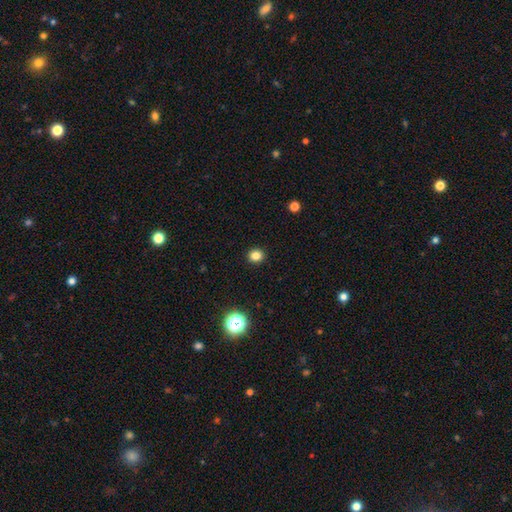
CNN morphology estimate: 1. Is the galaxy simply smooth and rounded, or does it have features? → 81% smooth, 14% star or artifact, 5% featured or disk.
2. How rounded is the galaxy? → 86% round, 13% in between, 1% cigar-shaped.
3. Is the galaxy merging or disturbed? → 93% none, 5% minor disturbance, 2% major disturbance, 1% merger.